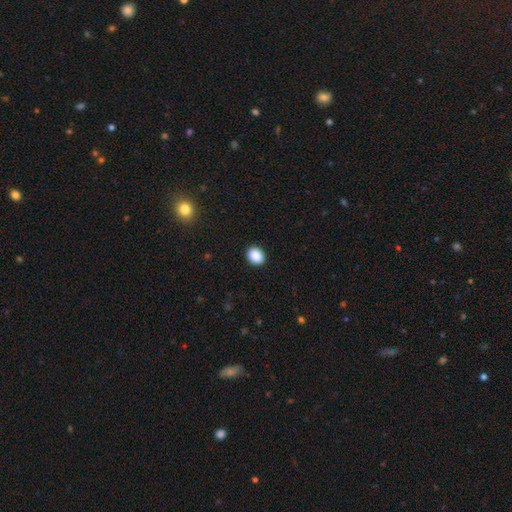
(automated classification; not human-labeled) Smooth or featured? smooth (89%)
How rounded? round (58%)
Merging? none (91%)